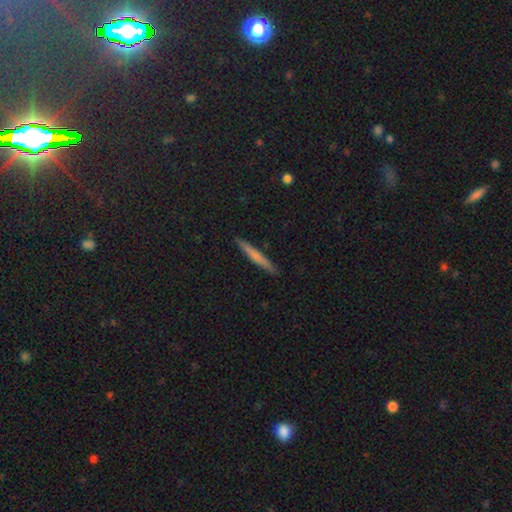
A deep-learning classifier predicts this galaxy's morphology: This appears to be a smooth galaxy with no disk features (67%) that is cigar-shaped (96%). Merging: none (91%).